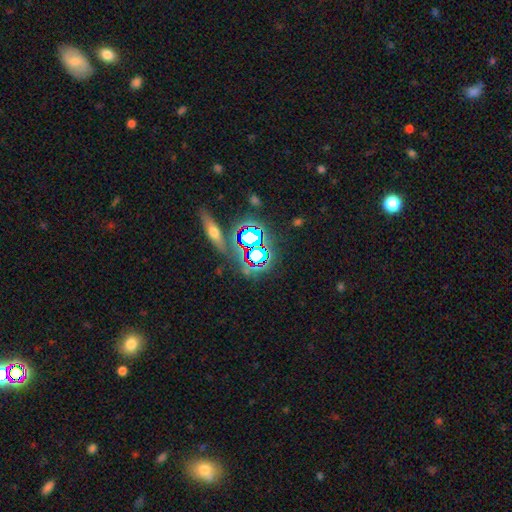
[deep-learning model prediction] This appears to be a star or artifact, not a galaxy (69%).